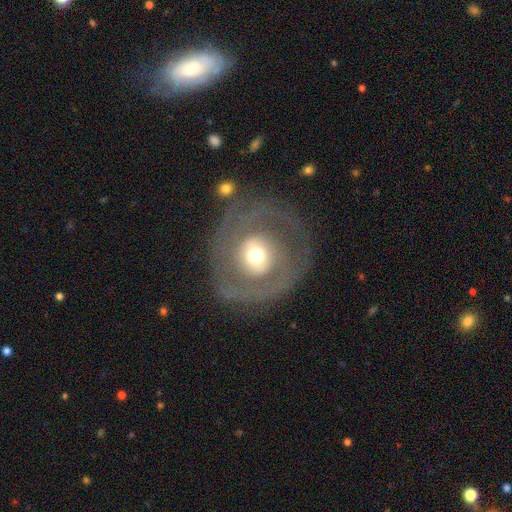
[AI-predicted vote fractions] Q: Smooth or featured?
A: featured or disk (63%); runner-up: smooth (30%)
Q: Edge-on disk?
A: no (95%); runner-up: yes (5%)
Q: Bar?
A: no (77%); runner-up: weak (16%)
Q: Spiral arms?
A: no (51%); runner-up: yes (49%)
Q: Bulge size?
A: moderate (59%); runner-up: large (18%)
Q: Merging?
A: none (67%); runner-up: major disturbance (16%)